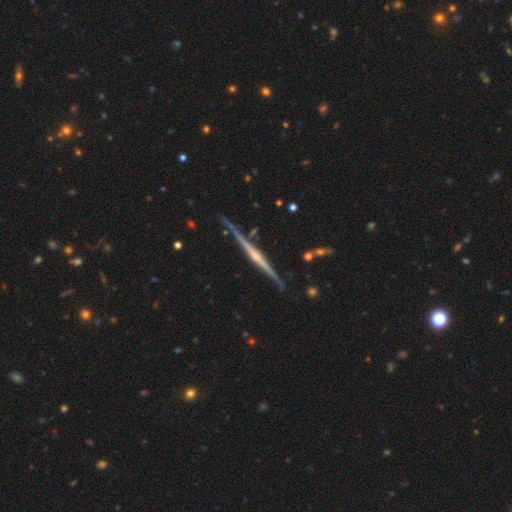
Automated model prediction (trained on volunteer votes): This appears to be a featured or disk galaxy (85%) viewed edge-on (98%) with a rounded central bulge (64%). Merging: none (83%).